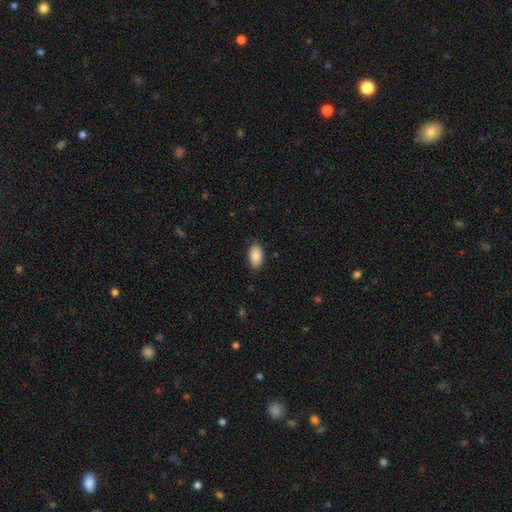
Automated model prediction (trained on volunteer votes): The model was most divided on "merging": none: 87%, minor disturbance: 10%, major disturbance: 2%, merger: 1%. More confident: how rounded — in between (95%); smooth or featured — smooth (90%).